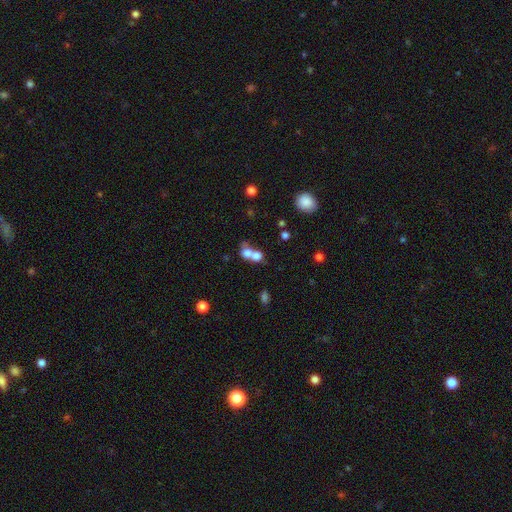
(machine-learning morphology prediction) Overall: smooth (72%). How rounded: round (60%; in between 39%). Merging: merger (69%).